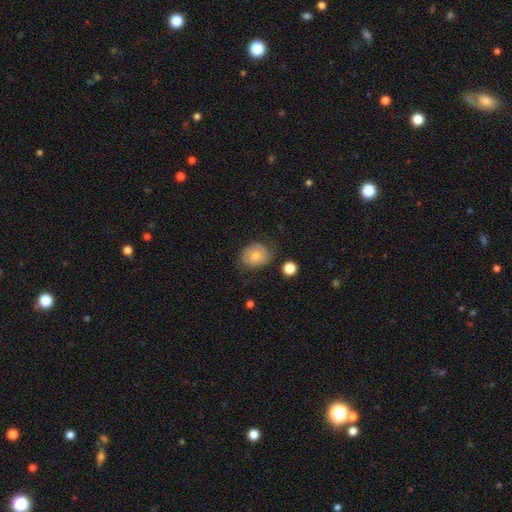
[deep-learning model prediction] Overall: smooth (50%; featured or disk 40%). How rounded: round (52%; in between 47%). Merging: none (66%).